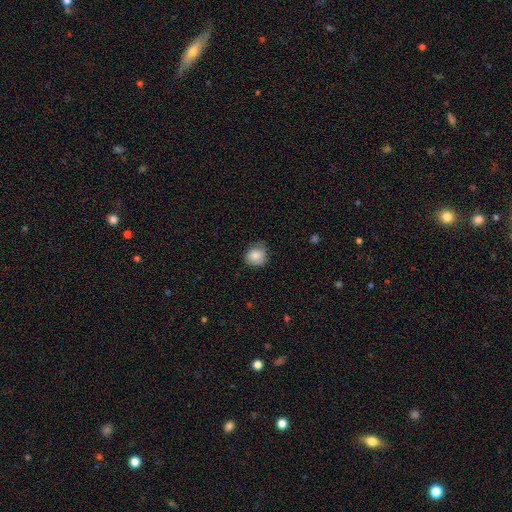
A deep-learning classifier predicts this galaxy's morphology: A smooth galaxy with no disk features (83%) that is round (82%). Merging: none (68%).